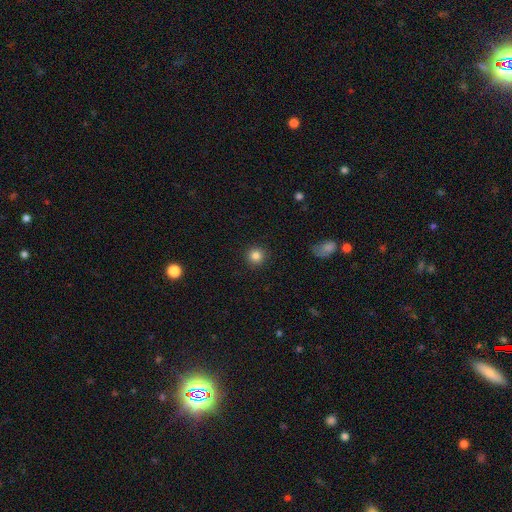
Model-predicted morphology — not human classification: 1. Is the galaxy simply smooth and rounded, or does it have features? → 84% smooth, 11% star or artifact, 5% featured or disk.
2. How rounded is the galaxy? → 94% round, 5% in between, 1% cigar-shaped.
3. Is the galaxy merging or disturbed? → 92% none, 5% minor disturbance, 2% major disturbance, 1% merger.